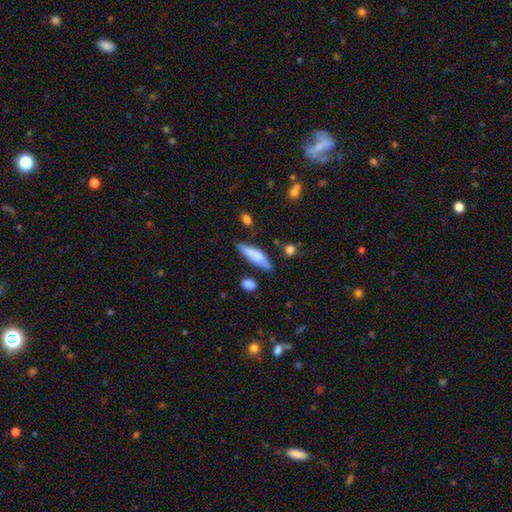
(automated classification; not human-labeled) Smooth or featured?
  - smooth: 71% *
  - featured or disk: 22%
  - star or artifact: 6%
How rounded?
  - cigar-shaped: 63% *
  - in between: 35%
  - round: 2%
Merging?
  - none: 64% *
  - minor disturbance: 25%
  - major disturbance: 6%
  - merger: 6%